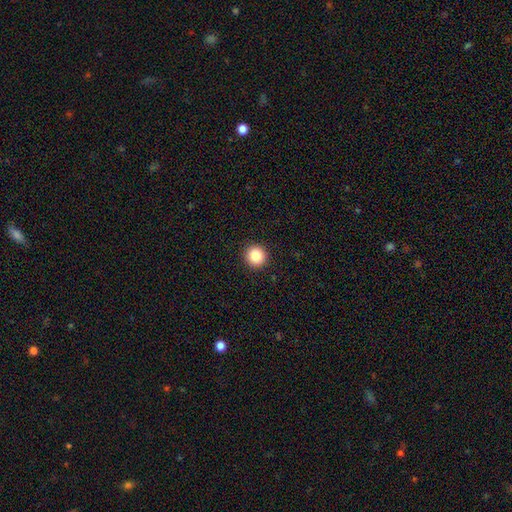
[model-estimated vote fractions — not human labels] A smooth galaxy with no disk features (85%) that is round (95%). Merging: none (93%).